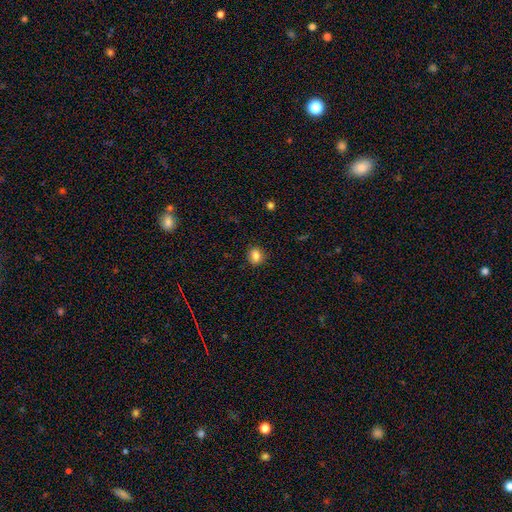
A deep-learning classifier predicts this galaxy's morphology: A smooth galaxy with no disk features (83%) that is round (67%). Merging: none (88%).